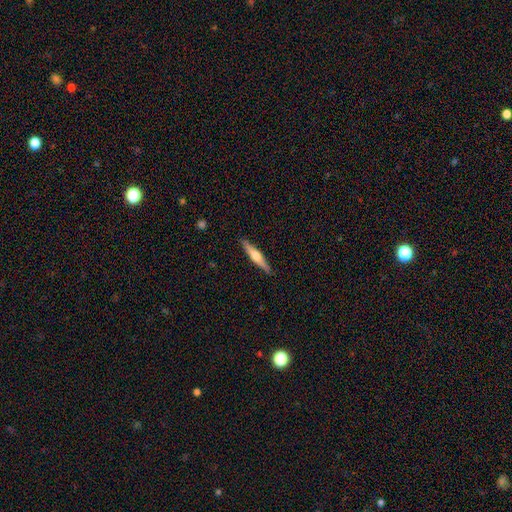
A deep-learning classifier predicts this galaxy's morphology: A featured or disk galaxy (62%) viewed edge-on (97%) with a rounded central bulge (90%).

Vote fractions:
- Smooth or featured? featured or disk: 62% / smooth: 32% / star or artifact: 5%
- Edge-on disk? yes: 97% / no: 3%
- Edge-on bulge? rounded: 90% / boxy: 5% / none: 5%
- Merging? none: 91% / minor disturbance: 7% / major disturbance: 1% / merger: 1%